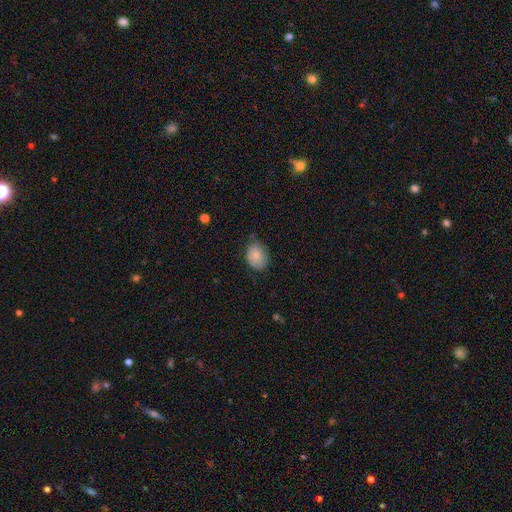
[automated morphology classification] Smooth or featured? smooth (85%)
How rounded? in between (73%)
Merging? none (64%)